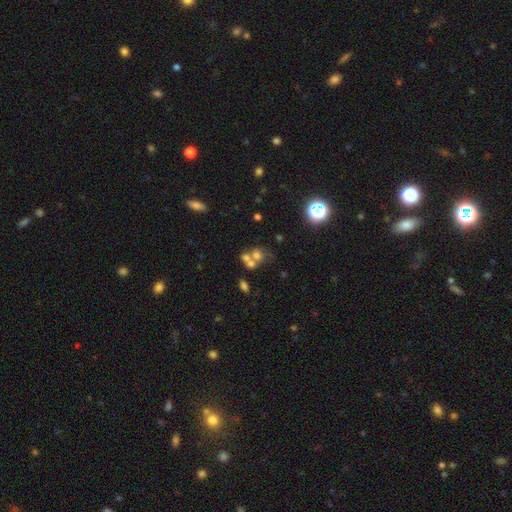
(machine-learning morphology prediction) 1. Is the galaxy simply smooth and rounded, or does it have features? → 48% smooth, 27% star or artifact, 25% featured or disk.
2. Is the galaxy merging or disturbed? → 52% merger, 35% none, 8% minor disturbance, 6% major disturbance.